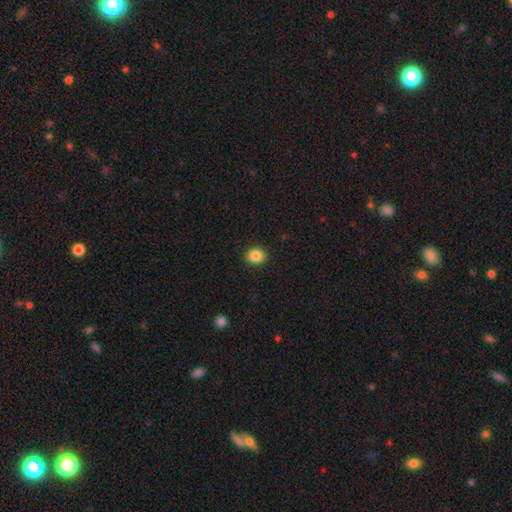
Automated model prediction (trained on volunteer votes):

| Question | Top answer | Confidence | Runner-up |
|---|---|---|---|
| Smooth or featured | smooth | 86% | star or artifact (10%) |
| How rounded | round | 68% | in between (32%) |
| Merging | none | 92% | minor disturbance (6%) |